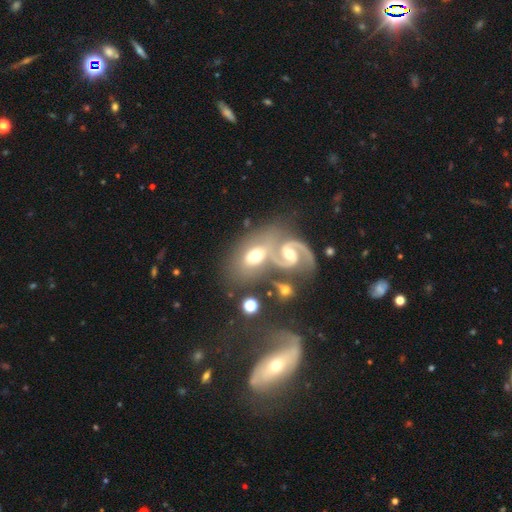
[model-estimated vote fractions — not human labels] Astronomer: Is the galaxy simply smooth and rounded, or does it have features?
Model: featured or disk — 62%.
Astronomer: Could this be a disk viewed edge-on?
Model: no — 94%.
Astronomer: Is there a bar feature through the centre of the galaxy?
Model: weak — 44% (runner-up: no, 34%).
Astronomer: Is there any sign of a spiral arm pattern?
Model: yes — 88%.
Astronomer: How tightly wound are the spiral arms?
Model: medium — 56%.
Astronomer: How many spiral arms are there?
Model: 2 — 87%.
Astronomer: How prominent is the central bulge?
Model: moderate — 67%.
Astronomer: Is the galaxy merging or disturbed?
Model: merger — 48% (runner-up: none, 33%).